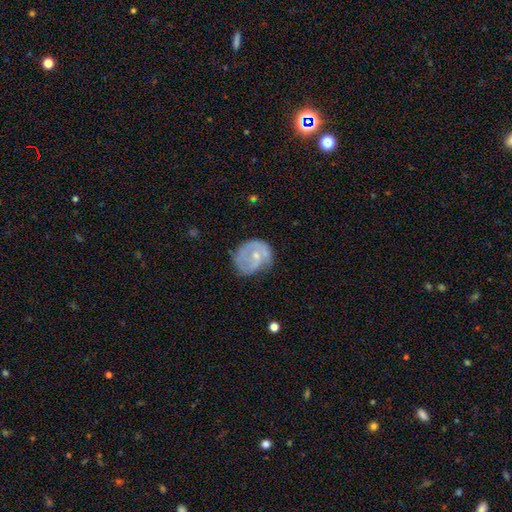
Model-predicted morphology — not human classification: Smooth or featured: featured or disk — 61% (smooth — 32%)
Edge-on disk: no — 97% (yes — 3%)
Bar: no — 72% (weak — 24%)
Spiral arms: yes — 66% (no — 34%)
Bulge size: small — 58% (moderate — 37%)
Merging: none — 50% (minor disturbance — 31%)